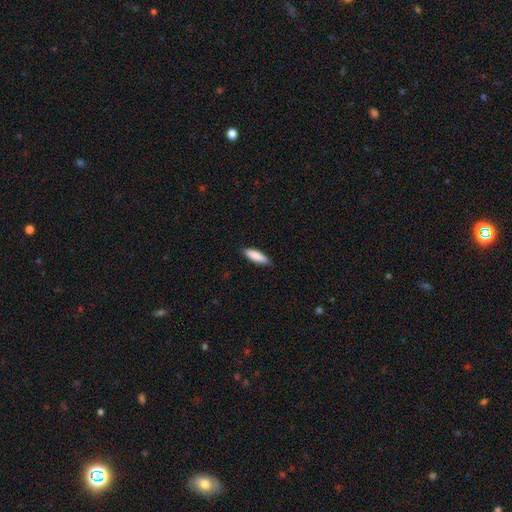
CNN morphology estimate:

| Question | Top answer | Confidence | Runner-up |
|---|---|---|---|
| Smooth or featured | smooth | 87% | featured or disk (7%) |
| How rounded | in between | 52% | cigar-shaped (47%) |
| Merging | none | 86% | minor disturbance (11%) |